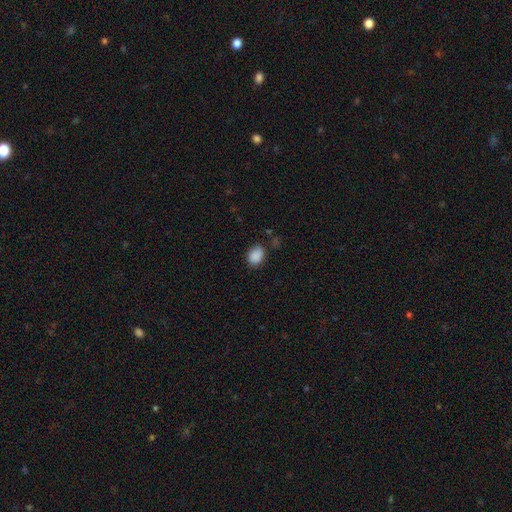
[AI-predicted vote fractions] This is clearly a smooth galaxy (88%). How rounded: likely in between (67%). Merging: likely none (77%).